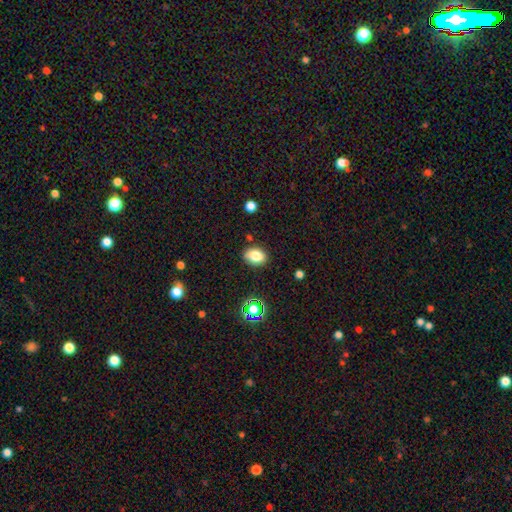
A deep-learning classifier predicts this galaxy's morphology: Overall: smooth (81%). How rounded: in between (70%). Merging: none (82%).